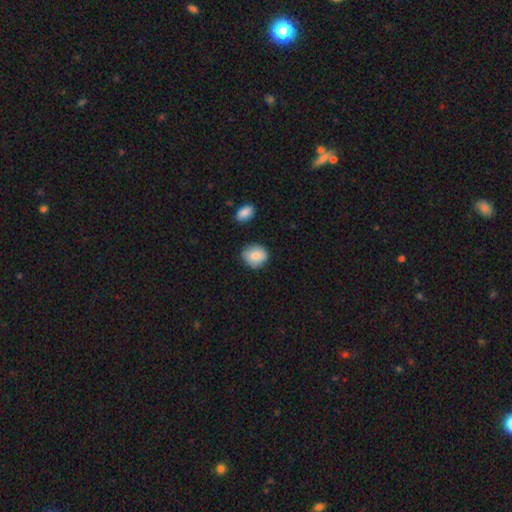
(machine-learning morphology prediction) type=smooth (83%); roundness=round (81%); merging=none (80%).